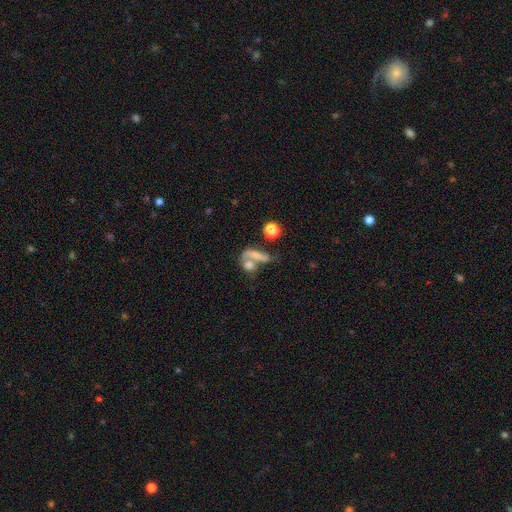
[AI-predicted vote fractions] Smooth or featured?
  - smooth: 61% *
  - featured or disk: 26%
  - star or artifact: 13%
How rounded?
  - in between: 51% *
  - cigar-shaped: 27%
  - round: 22%
Merging?
  - merger: 49% *
  - none: 27%
  - major disturbance: 13%
  - minor disturbance: 11%